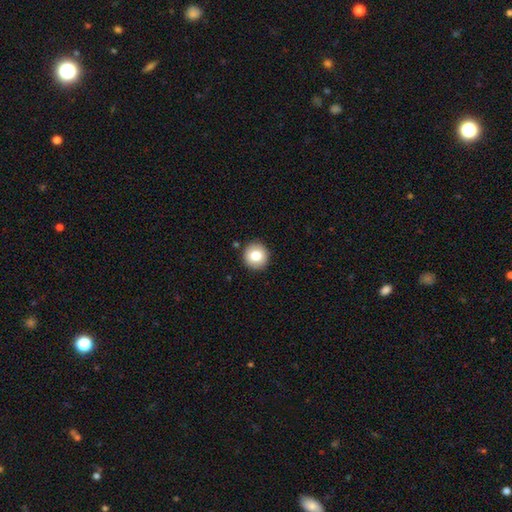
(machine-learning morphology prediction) A smooth galaxy with no disk features (80%) that is round (92%).

Vote fractions:
- Smooth or featured? smooth: 80% / featured or disk: 11% / star or artifact: 9%
- How rounded? round: 92% / in between: 7% / cigar-shaped: 1%
- Merging? none: 91% / minor disturbance: 6% / major disturbance: 2% / merger: 2%